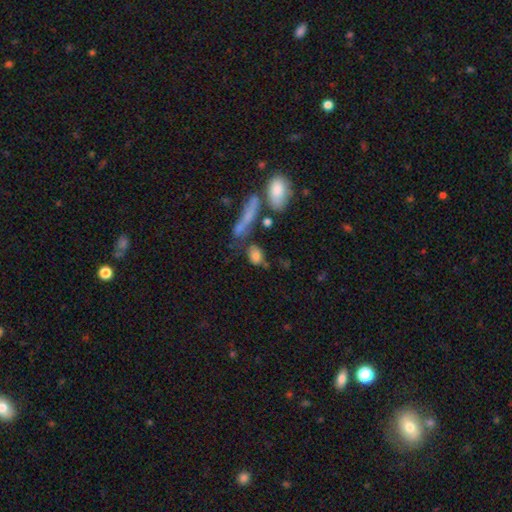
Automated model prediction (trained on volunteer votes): smooth_or_featured: smooth (p=0.78) [alt: featured or disk p=0.12]
how_rounded: in between (p=0.73) [alt: round p=0.19]
merging: none (p=0.56) [alt: minor disturbance p=0.18]